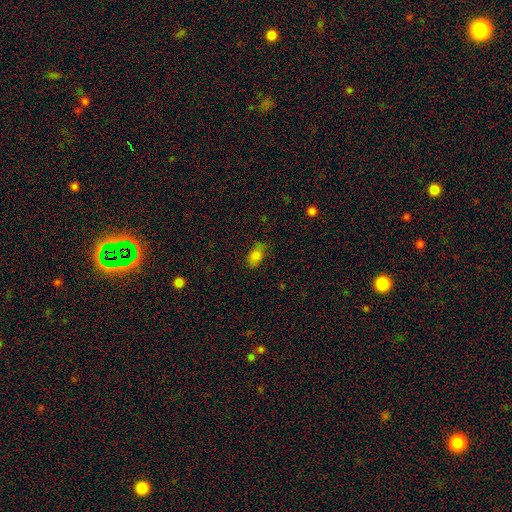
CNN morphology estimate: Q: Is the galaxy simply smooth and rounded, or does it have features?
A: smooth — 81%.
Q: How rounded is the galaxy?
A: in between — 86%.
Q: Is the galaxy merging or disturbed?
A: none — 68%.